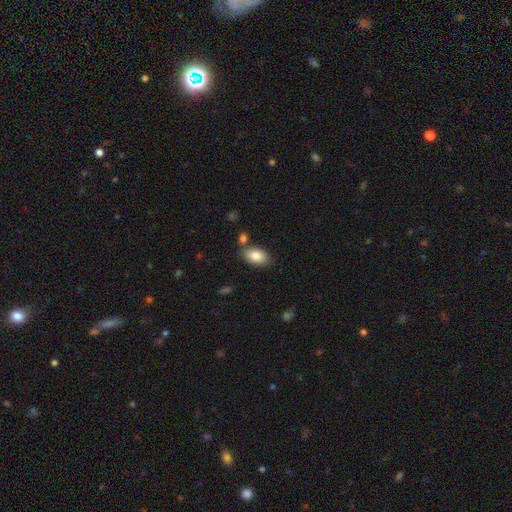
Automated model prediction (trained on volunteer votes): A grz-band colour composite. It shows a smooth galaxy with no disk features (84%) that is in between round and cigar-shaped (93%). Merging: none (75%).